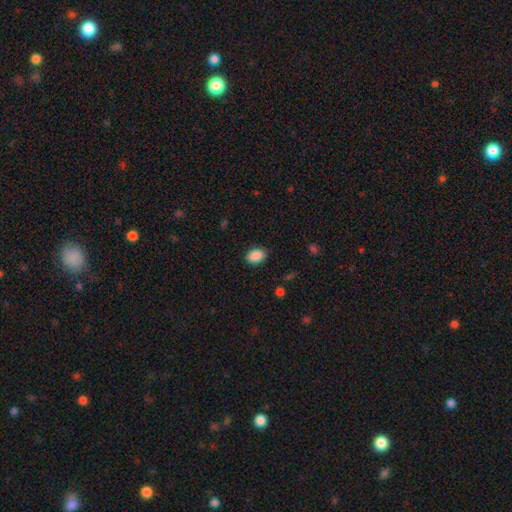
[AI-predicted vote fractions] smooth_or_featured: smooth (p=0.89) [alt: star or artifact p=0.08]
how_rounded: in between (p=0.84) [alt: round p=0.15]
merging: none (p=0.87) [alt: minor disturbance p=0.09]